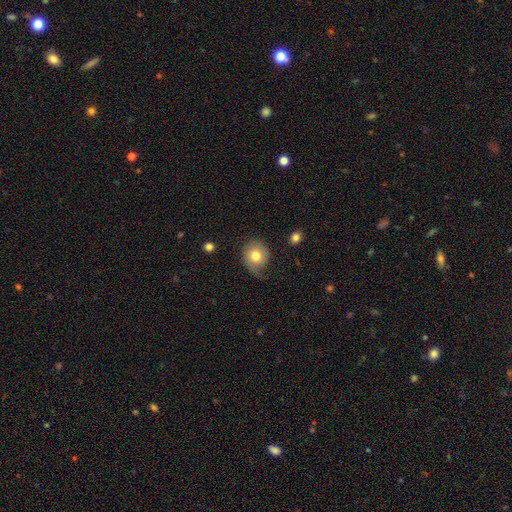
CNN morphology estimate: smooth_or_featured: smooth (p=0.70) [alt: featured or disk p=0.22]
how_rounded: round (p=0.71) [alt: in between p=0.28]
merging: none (p=0.49) [alt: minor disturbance p=0.32]